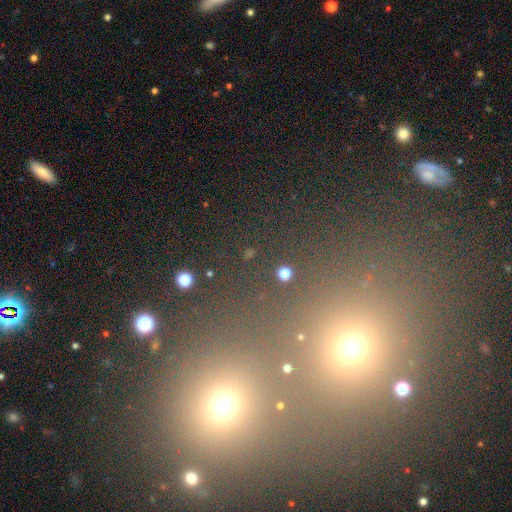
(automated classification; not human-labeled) Q: Smooth or featured?
A: star or artifact (50%); runner-up: smooth (41%)